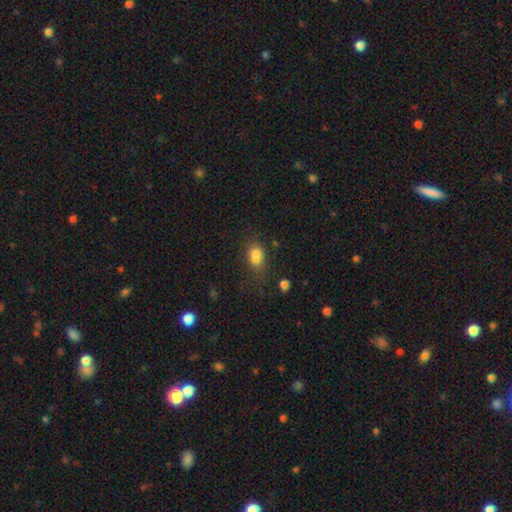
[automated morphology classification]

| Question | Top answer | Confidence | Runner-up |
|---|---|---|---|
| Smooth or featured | smooth | 77% | star or artifact (13%) |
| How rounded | in between | 73% | round (24%) |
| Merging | none | 44% | merger (25%) |